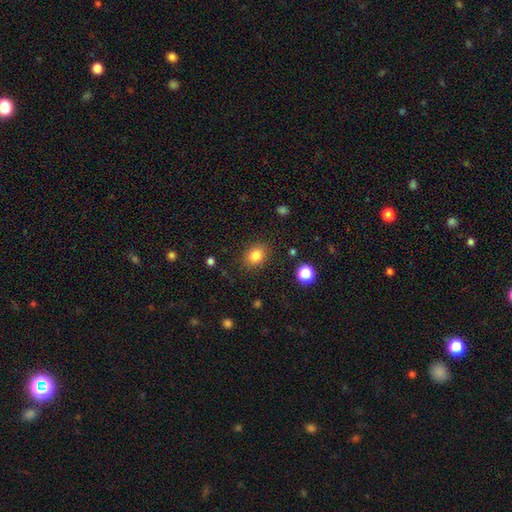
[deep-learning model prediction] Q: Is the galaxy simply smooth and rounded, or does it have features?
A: smooth — 83%.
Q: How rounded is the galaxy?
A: in between — 50%.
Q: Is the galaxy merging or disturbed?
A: none — 86%.